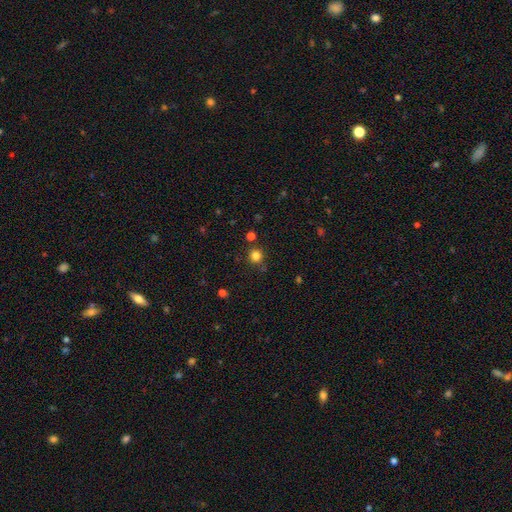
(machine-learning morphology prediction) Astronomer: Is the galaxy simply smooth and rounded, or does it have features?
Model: smooth — 81%.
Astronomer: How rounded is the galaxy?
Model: round — 93%.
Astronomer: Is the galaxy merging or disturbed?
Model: none — 84%.